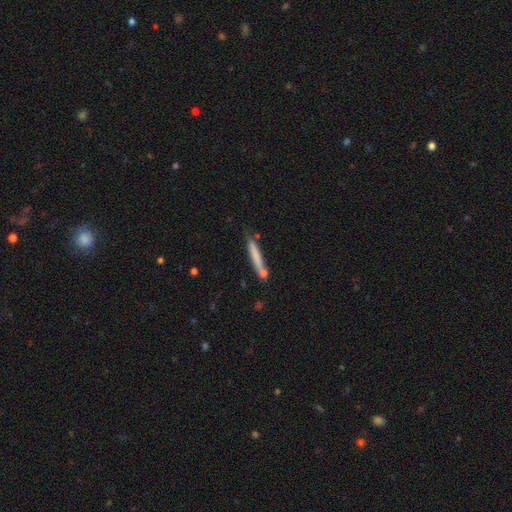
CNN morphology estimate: This appears to be a smooth galaxy with no disk features (69%) that is cigar-shaped (95%). Merging: none (70%).